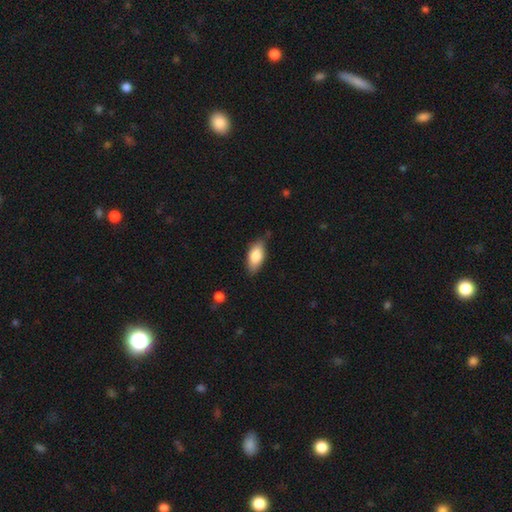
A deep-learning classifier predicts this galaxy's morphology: smooth-or-featured: smooth: 82% | featured or disk: 12% | star or artifact: 6%
  how-rounded: in between: 87% | cigar-shaped: 10% | round: 3%
  merging: none: 76% | minor disturbance: 19% | major disturbance: 3% | merger: 2%